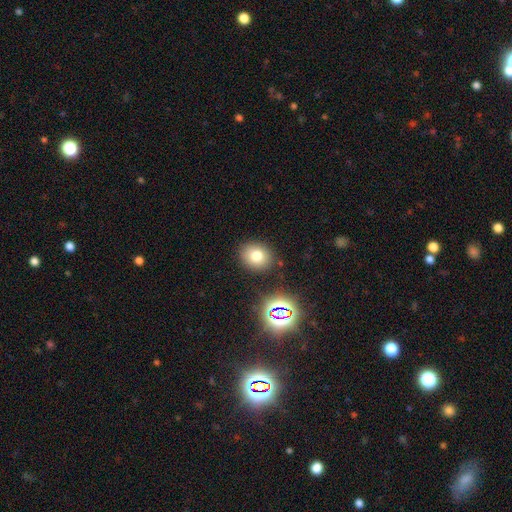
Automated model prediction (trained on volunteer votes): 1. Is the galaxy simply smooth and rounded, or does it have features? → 74% smooth, 16% star or artifact, 10% featured or disk.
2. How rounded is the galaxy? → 62% round, 37% in between, 1% cigar-shaped.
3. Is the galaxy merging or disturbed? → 85% none, 9% minor disturbance, 3% merger, 3% major disturbance.